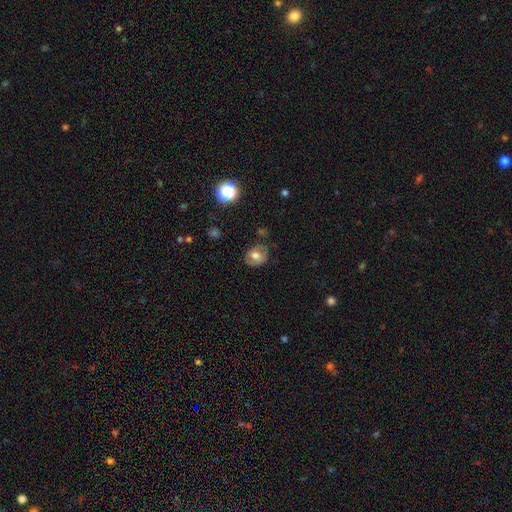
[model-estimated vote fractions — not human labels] smooth-or-featured: smooth: 63% | featured or disk: 26% | star or artifact: 11%
  how-rounded: round: 56% | in between: 43% | cigar-shaped: 1%
  merging: none: 71% | minor disturbance: 21% | major disturbance: 6% | merger: 3%